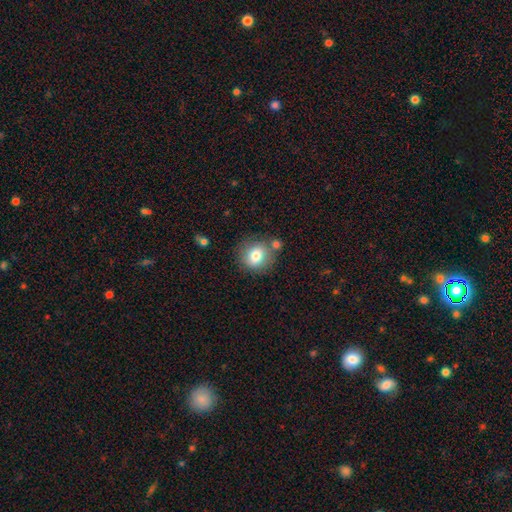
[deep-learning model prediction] smooth-or-featured: smooth: 78% | featured or disk: 12% | star or artifact: 10%
  how-rounded: round: 81% | in between: 18% | cigar-shaped: 1%
  merging: none: 69% | minor disturbance: 13% | merger: 13% | major disturbance: 4%